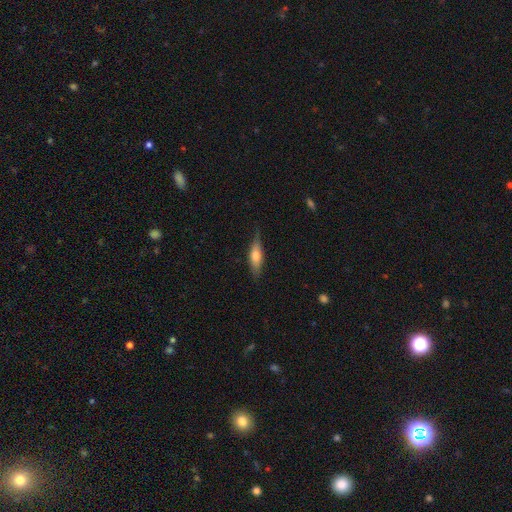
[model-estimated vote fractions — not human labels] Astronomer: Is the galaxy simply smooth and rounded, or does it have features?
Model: smooth — 58% (runner-up: featured or disk, 36%).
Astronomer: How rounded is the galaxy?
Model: cigar-shaped — 51% (runner-up: in between, 47%).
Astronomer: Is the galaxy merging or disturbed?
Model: none — 75%.